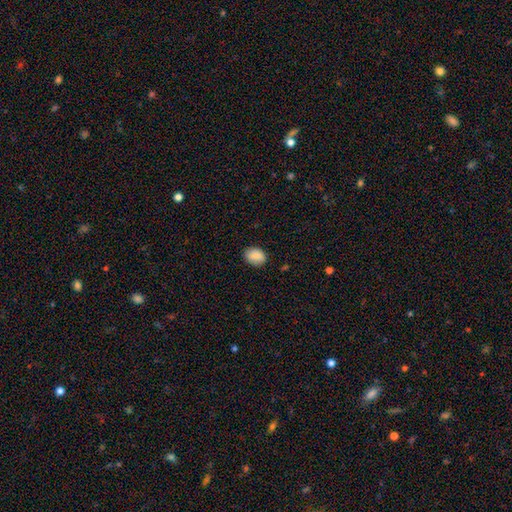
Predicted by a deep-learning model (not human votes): A smooth galaxy with no disk features (88%) that is in between round and cigar-shaped (64%). Merging: none (84%).